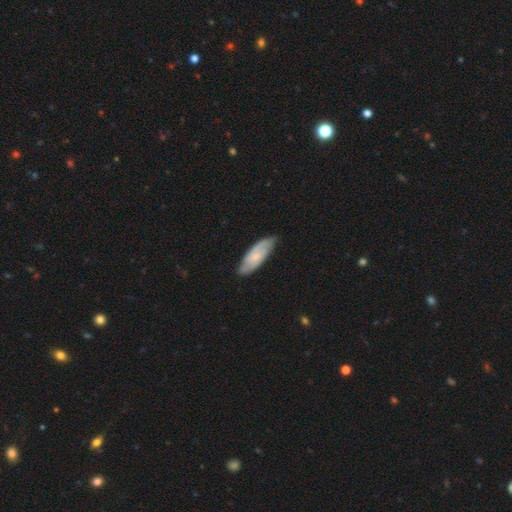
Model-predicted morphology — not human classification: Smooth or featured: featured or disk — 55% (smooth — 40%)
Edge-on disk: no — 85% (yes — 15%)
Merging: none — 78% (minor disturbance — 17%)